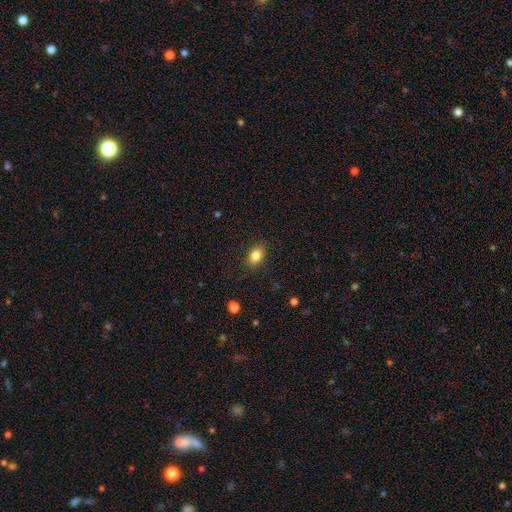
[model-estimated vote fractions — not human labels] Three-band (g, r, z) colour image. It shows a smooth galaxy with no disk features (84%) that is in between round and cigar-shaped (82%). Merging: none (86%).